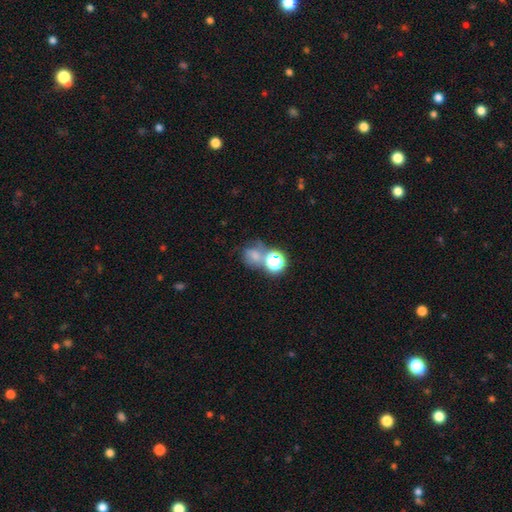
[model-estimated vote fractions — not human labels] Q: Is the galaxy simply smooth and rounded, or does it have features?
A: smooth — 55%.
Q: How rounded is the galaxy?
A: round — 65%.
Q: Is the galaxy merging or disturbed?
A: merger — 37%.